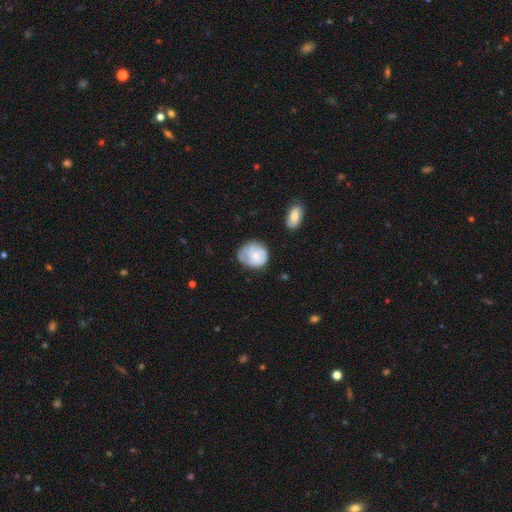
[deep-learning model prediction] smooth 58%, featured or disk 35%, star or artifact 7%. Down the decision tree: how rounded — round (65%); merging — none (52%).